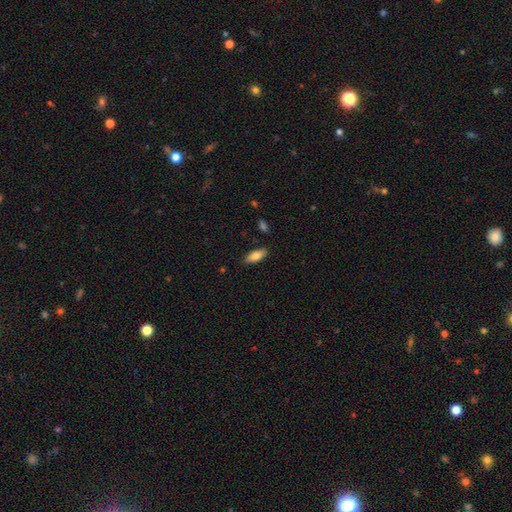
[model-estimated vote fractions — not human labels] smooth 79%, featured or disk 14%, star or artifact 6%. Down the decision tree: how rounded — in between (77%); merging — none (86%).